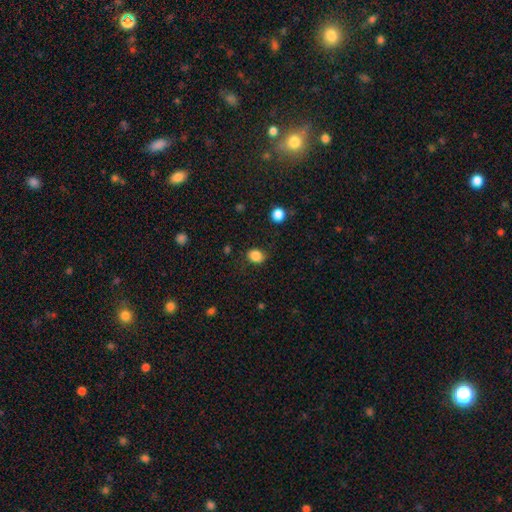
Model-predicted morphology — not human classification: Overall: smooth (86%). How rounded: round (51%; in between 49%). Merging: none (80%).